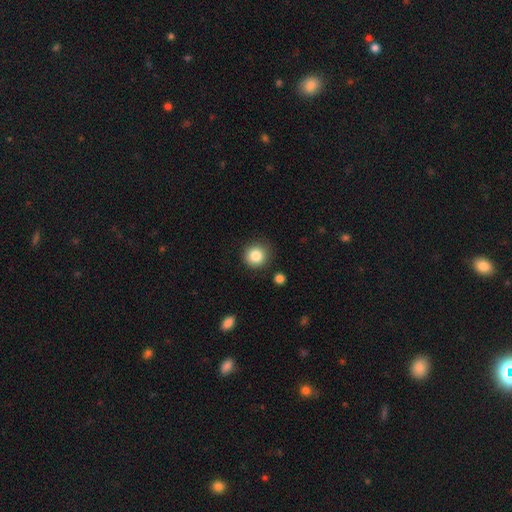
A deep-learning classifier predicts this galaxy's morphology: Overall: smooth (84%). How rounded: round (92%). Merging: none (87%).